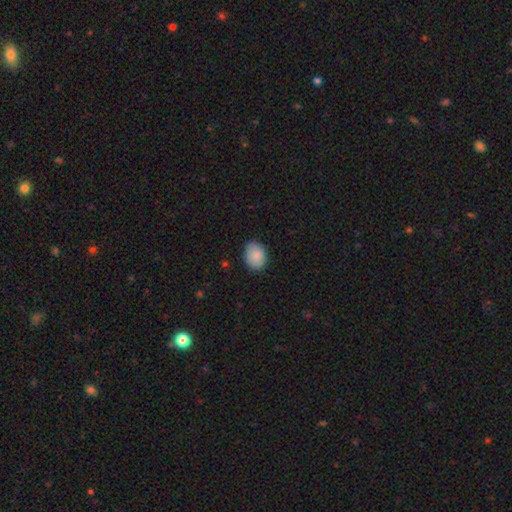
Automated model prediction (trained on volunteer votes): Overall: smooth (87%). How rounded: in between (66%; round 33%). Merging: none (84%).